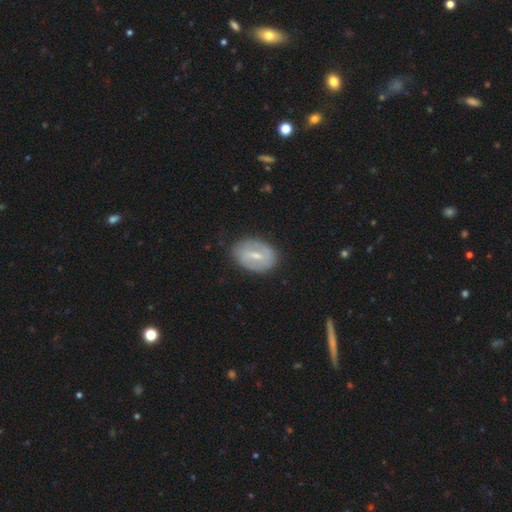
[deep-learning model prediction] Q: Smooth or featured?
A: featured or disk (63%); runner-up: smooth (31%)
Q: Edge-on disk?
A: no (94%); runner-up: yes (6%)
Q: Bar?
A: weak (46%); runner-up: strong (42%)
Q: Spiral arms?
A: yes (54%); runner-up: no (46%)
Q: Bulge size?
A: small (48%); runner-up: moderate (45%)
Q: Merging?
A: none (79%); runner-up: minor disturbance (15%)